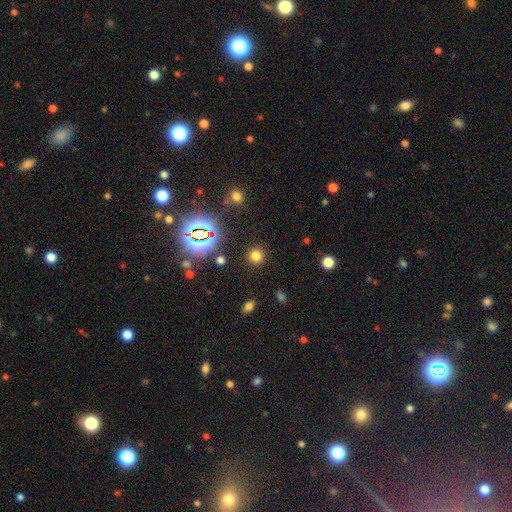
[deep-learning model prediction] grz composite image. It shows a smooth galaxy with no disk features (70%) that is round (92%). Merging: none (89%).